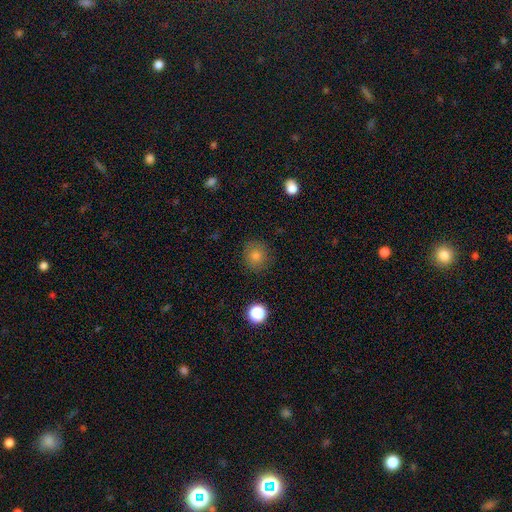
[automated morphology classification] This appears to be a smooth galaxy with no disk features (78%) that is round (88%). Merging: none (88%).